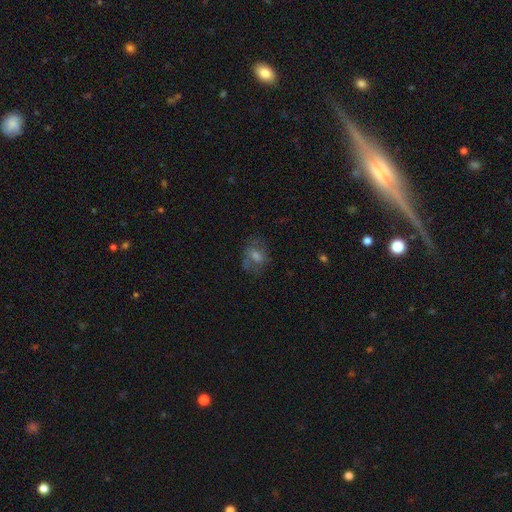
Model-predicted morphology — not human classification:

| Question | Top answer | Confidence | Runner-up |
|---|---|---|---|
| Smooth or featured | smooth | 42% | featured or disk (41%) |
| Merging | none | 62% | minor disturbance (21%) |